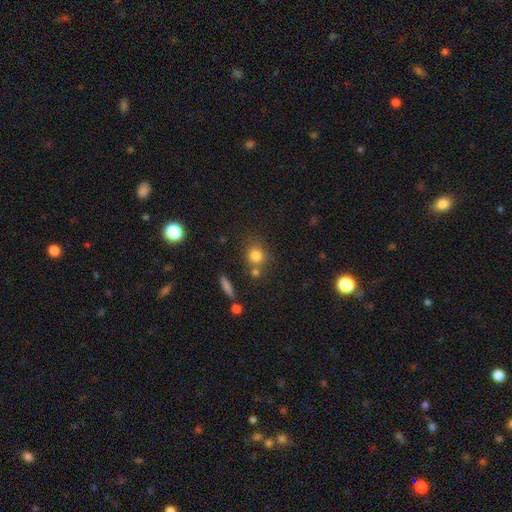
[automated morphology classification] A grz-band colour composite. It shows a smooth galaxy with no disk features (79%) that is round (82%). Merging: none (64%).